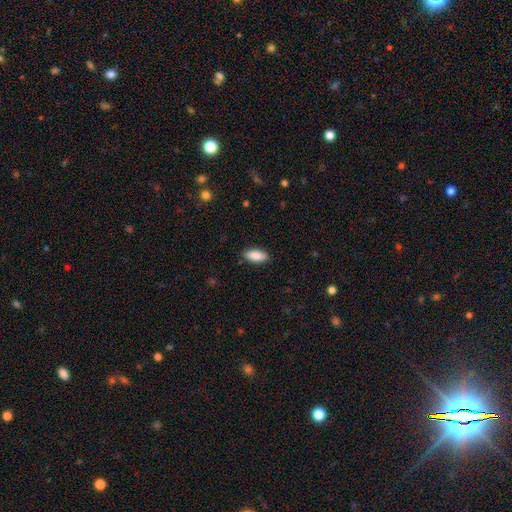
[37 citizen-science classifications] smooth-or-featured: smooth: 95% | featured or disk: 3% | star or artifact: 3%
  how-rounded: in between: 89% | round: 6% | cigar-shaped: 6%
  merging: none: 83% | minor disturbance: 11% | major disturbance: 3% | merger: 3%